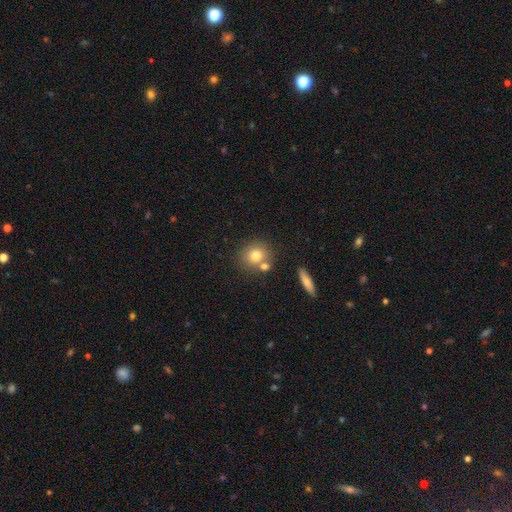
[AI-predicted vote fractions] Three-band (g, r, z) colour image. It shows a smooth galaxy with no disk features (77%) that is round (82%). Merging: none (64%).